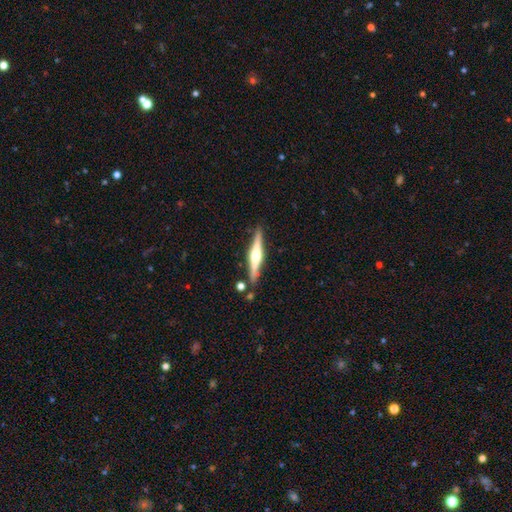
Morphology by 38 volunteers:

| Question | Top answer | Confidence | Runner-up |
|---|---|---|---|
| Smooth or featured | featured or disk | 76% | smooth (21%) |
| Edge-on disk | yes | 100% | — |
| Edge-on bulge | rounded | 86% | boxy (10%) |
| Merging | none | 86% | minor disturbance (11%) |